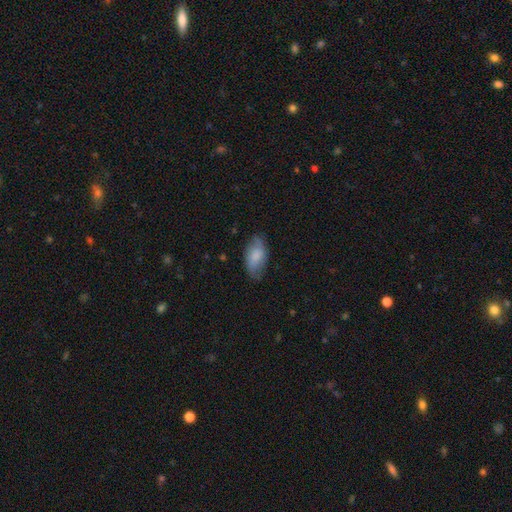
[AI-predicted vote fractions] This is likely a smooth galaxy (68%). How rounded: clearly in between (93%). Merging: likely none (68%).